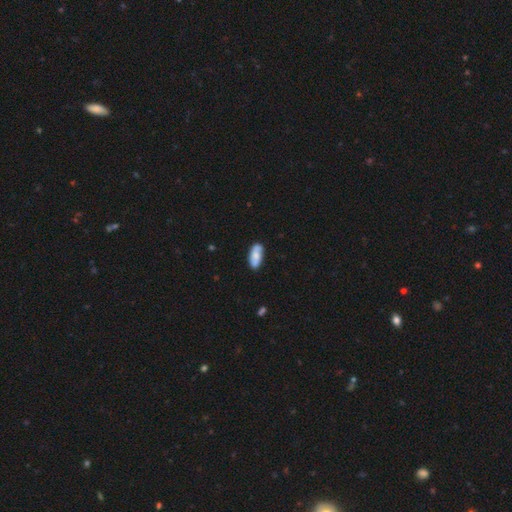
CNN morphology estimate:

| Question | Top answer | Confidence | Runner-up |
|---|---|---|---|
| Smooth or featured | smooth | 61% | featured or disk (32%) |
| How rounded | in between | 86% | cigar-shaped (11%) |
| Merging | none | 81% | minor disturbance (14%) |